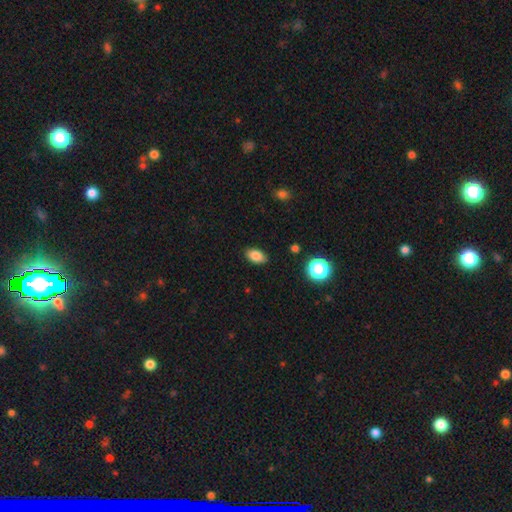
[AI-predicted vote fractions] Q: Smooth or featured?
A: smooth (83%); runner-up: star or artifact (10%)
Q: How rounded?
A: in between (89%); runner-up: round (9%)
Q: Merging?
A: none (87%); runner-up: minor disturbance (9%)